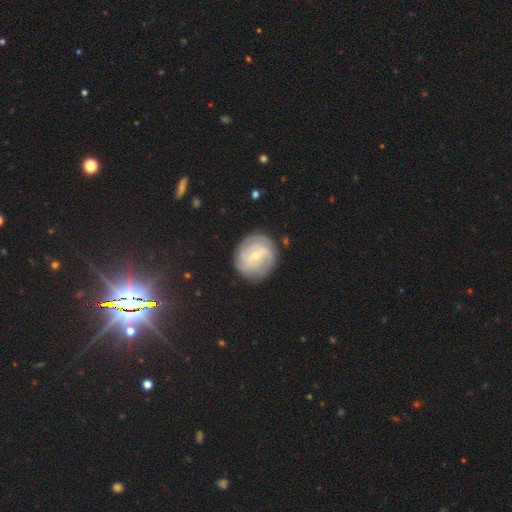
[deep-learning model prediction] Overall: featured or disk (81%). Edge-on disk: no (98%). Bar: weak (46%; no 41%). Spiral arms: yes (95%). Spiral arm count: can't tell (29%; 2 24%). Spiral winding: tight (71%). Bulge size: small (59%; moderate 38%). Merging: none (82%).